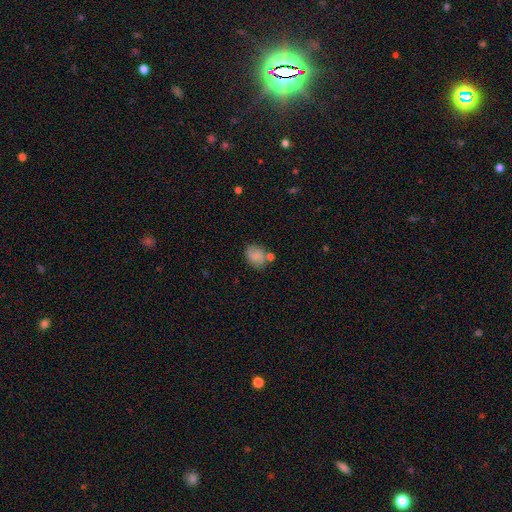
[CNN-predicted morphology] smooth-or-featured: smooth: 80% | featured or disk: 11% | star or artifact: 9%
  how-rounded: in between: 61% | round: 38% | cigar-shaped: 1%
  merging: none: 60% | minor disturbance: 19% | merger: 15% | major disturbance: 6%